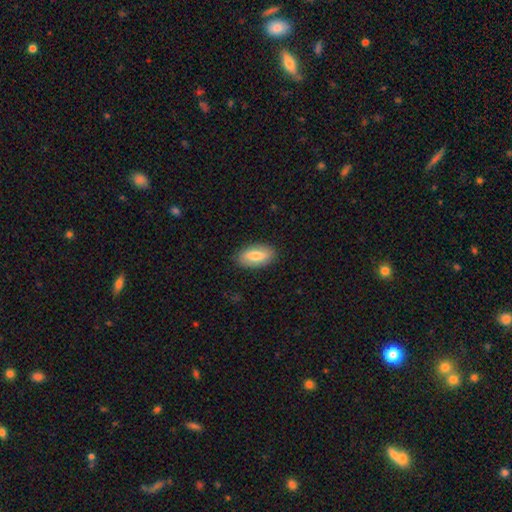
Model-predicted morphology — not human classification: Smooth or featured? smooth (75%)
How rounded? in between (91%)
Merging? none (86%)